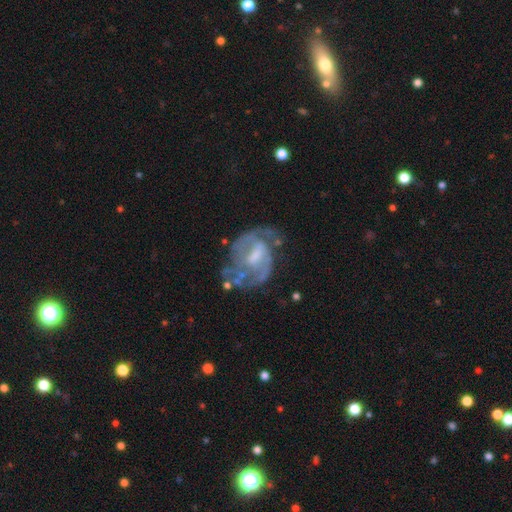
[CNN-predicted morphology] The model was most divided on "spiral winding": medium: 45%, tight: 38%, loose: 18%. Remaining: edge-on disk — no (97%); spiral arms — yes (84%); smooth or featured — featured or disk (81%); bar — weak (53%); merging — none (49%); spiral arm count — 2 (47%); bulge size — moderate (42%).